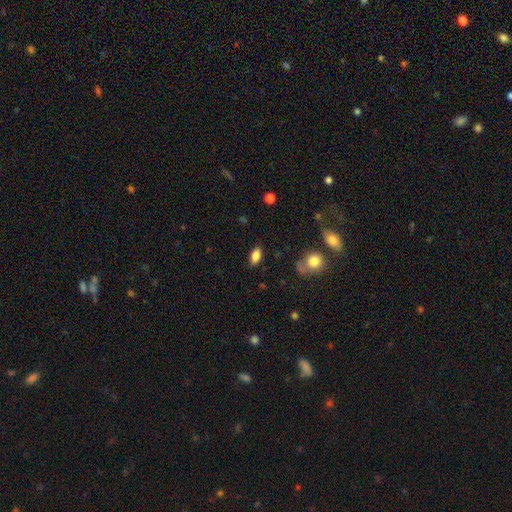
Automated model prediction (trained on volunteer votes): A smooth galaxy with no disk features (84%) that is in between round and cigar-shaped (90%). Merging: none (84%).